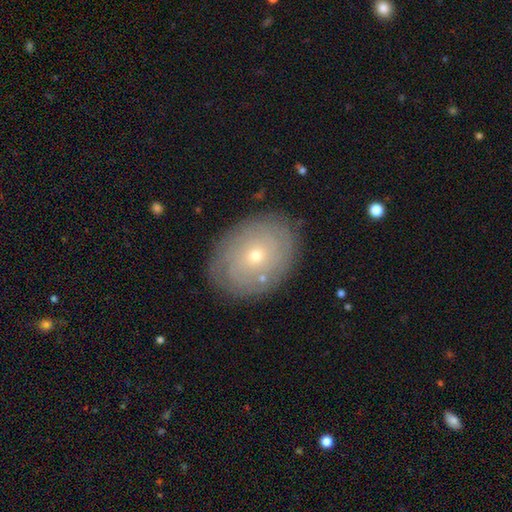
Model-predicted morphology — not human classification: A featured or disk galaxy (59%) with no bar (87%), spiral arms (67%) and a small central bulge (70%).

Vote fractions:
- Smooth or featured? featured or disk: 59% / smooth: 32% / star or artifact: 9%
- Edge-on disk? no: 95% / yes: 5%
- Bar? no: 87% / weak: 10% / strong: 2%
- Spiral arms? yes: 67% / no: 33%
- Bulge size? small: 70% / moderate: 27% / large: 1% / dominant: 1% / none: 1%
- Merging? none: 84% / minor disturbance: 11% / major disturbance: 3% / merger: 1%